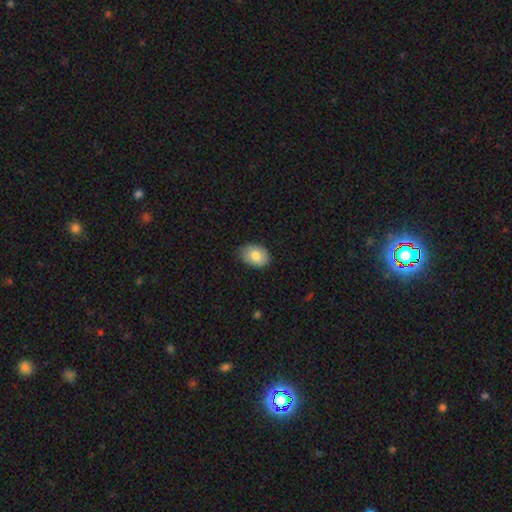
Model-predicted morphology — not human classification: smooth 78%, featured or disk 15%, star or artifact 7%. Down the decision tree: how rounded — in between (77%); merging — none (81%).